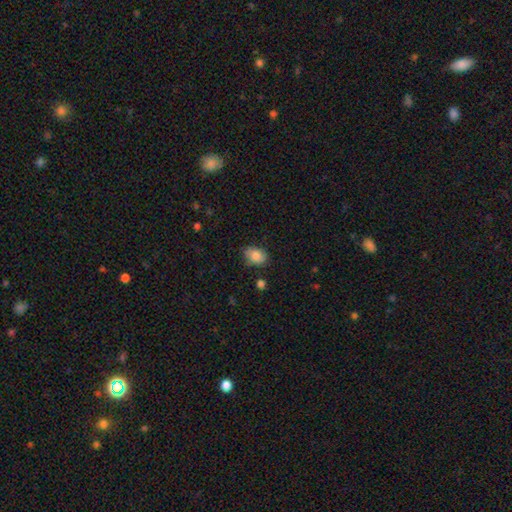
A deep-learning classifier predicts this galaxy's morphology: A smooth galaxy with no disk features (83%) that is in between round and cigar-shaped (73%). Merging: none (73%).